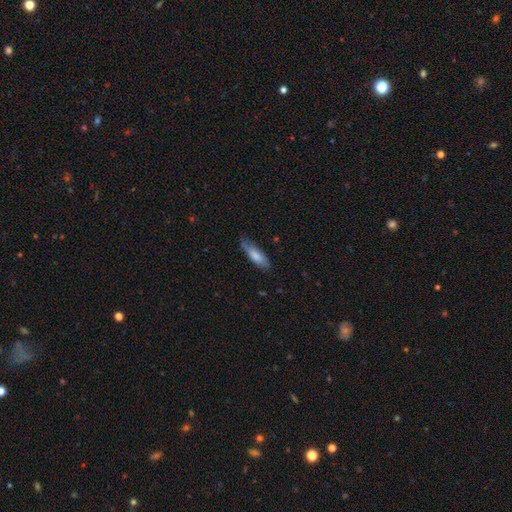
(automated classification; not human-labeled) smooth-or-featured: smooth: 75% | featured or disk: 19% | star or artifact: 6%
  how-rounded: cigar-shaped: 53% | in between: 45% | round: 2%
  merging: none: 68% | minor disturbance: 26% | major disturbance: 5% | merger: 2%